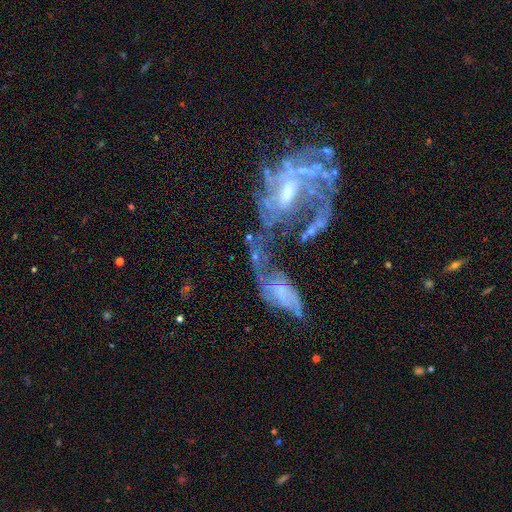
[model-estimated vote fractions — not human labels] This appears to be a featured or disk galaxy (66%) with no bar (54%), spiral arms (64%) and a moderate central bulge (35%). Merging: merger (42%).